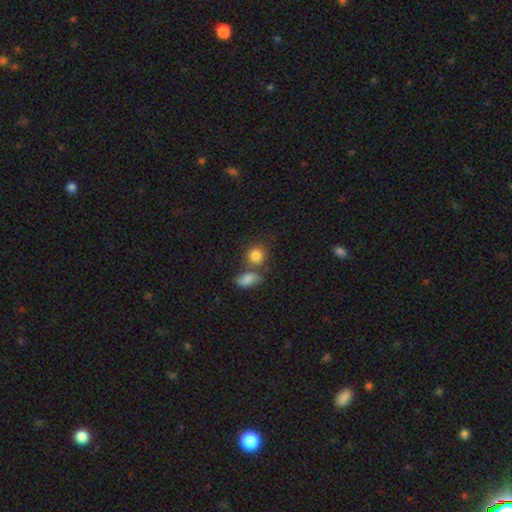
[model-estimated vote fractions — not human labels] Q: Smooth or featured?
A: smooth (82%); runner-up: star or artifact (9%)
Q: How rounded?
A: round (75%); runner-up: in between (23%)
Q: Merging?
A: none (51%); runner-up: merger (32%)